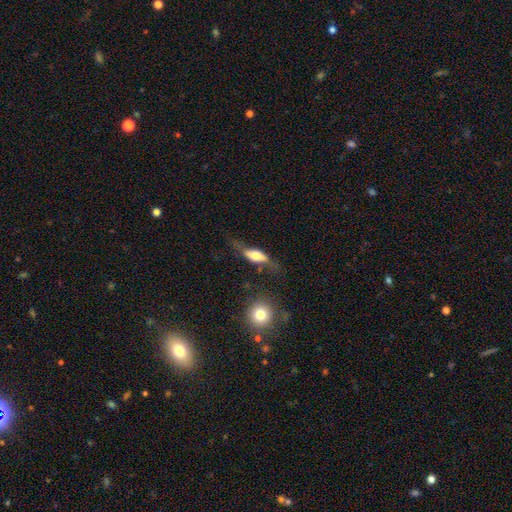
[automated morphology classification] The model was most divided on "smooth or featured": smooth: 49%, featured or disk: 44%, star or artifact: 7%. Remaining: merging — none (48%).